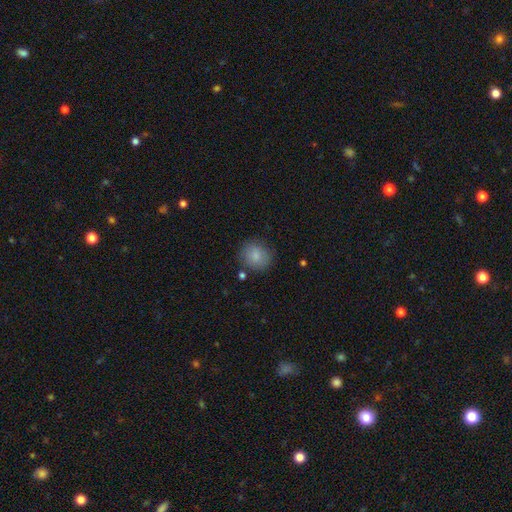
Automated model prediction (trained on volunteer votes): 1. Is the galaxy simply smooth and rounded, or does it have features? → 84% smooth, 8% featured or disk, 8% star or artifact.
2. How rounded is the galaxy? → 82% round, 17% in between, 1% cigar-shaped.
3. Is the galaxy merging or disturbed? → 80% none, 13% minor disturbance, 4% major disturbance, 3% merger.